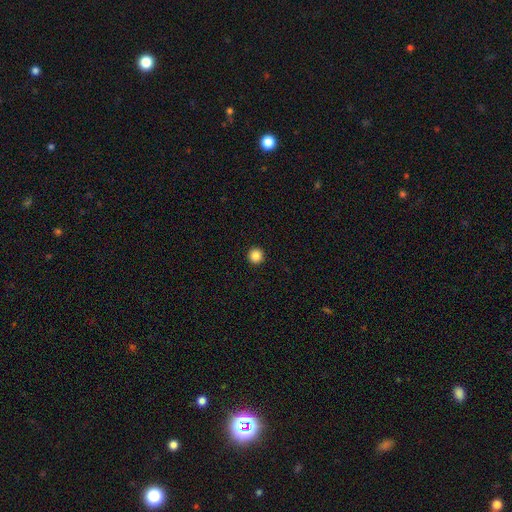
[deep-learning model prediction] Overall: smooth (85%). How rounded: round (97%). Merging: none (94%).